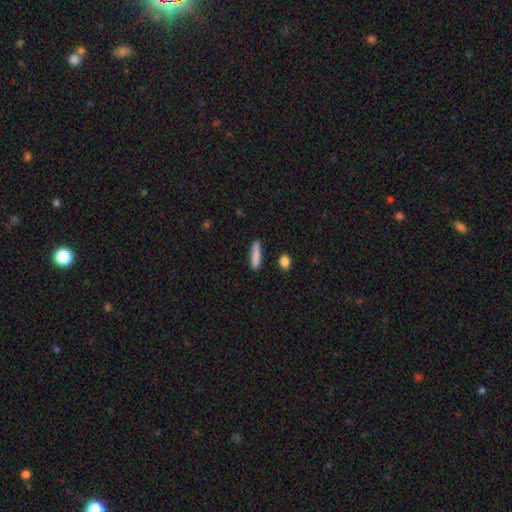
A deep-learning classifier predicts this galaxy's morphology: This appears to be a smooth galaxy with no disk features (86%) that is cigar-shaped (84%). Merging: none (86%).